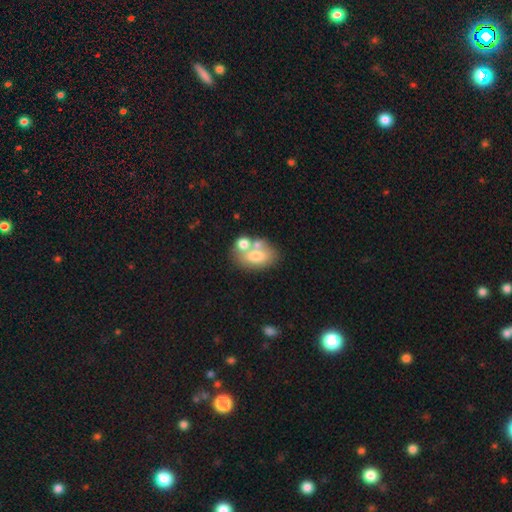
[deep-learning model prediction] Overall: smooth (64%; featured or disk 27%). How rounded: in between (81%). Merging: merger (43%; none 38%).